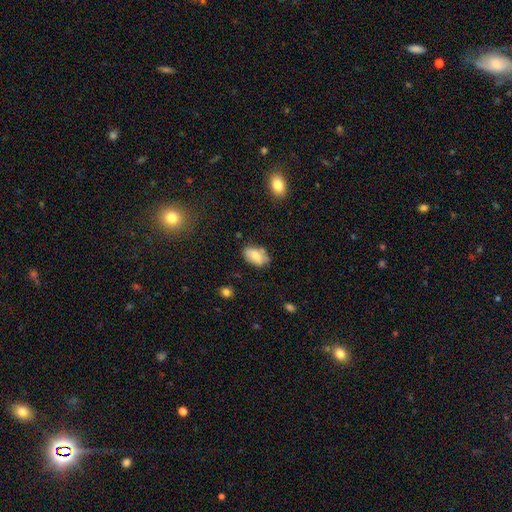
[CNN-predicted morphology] Smooth or featured: smooth — 77% (featured or disk — 16%)
How rounded: in between — 93% (round — 5%)
Merging: none — 70% (minor disturbance — 21%)